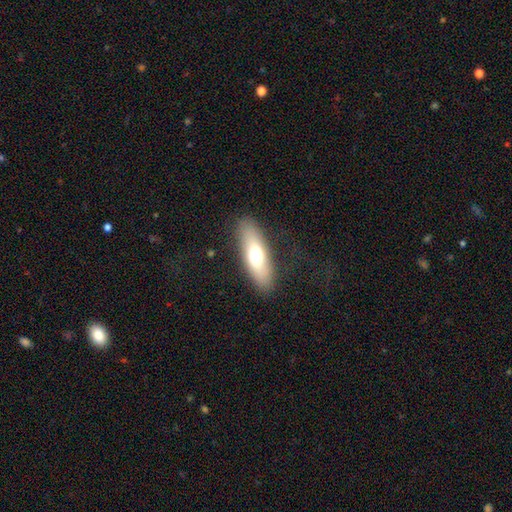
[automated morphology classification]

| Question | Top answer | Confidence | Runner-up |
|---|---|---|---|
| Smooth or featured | smooth | 62% | featured or disk (30%) |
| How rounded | in between | 54% | cigar-shaped (43%) |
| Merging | none | 85% | minor disturbance (10%) |